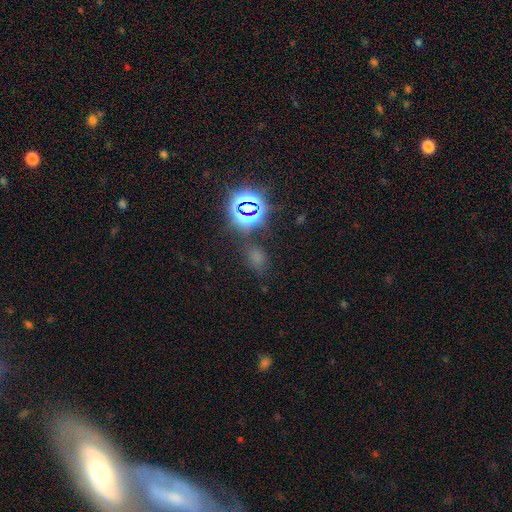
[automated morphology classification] smooth-or-featured: smooth: 47% | star or artifact: 46% | featured or disk: 7%
  merging: none: 71% | minor disturbance: 16% | major disturbance: 7% | merger: 6%